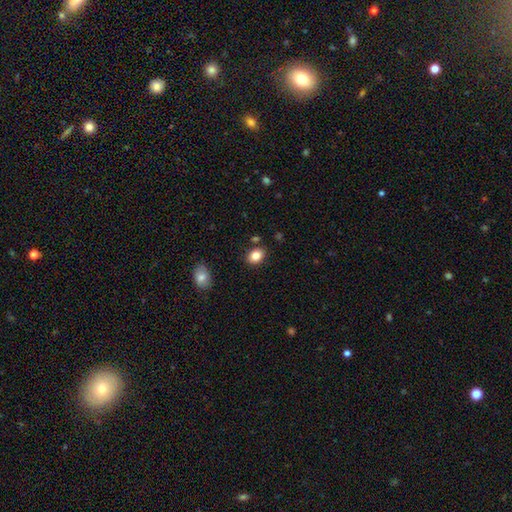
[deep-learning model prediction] A smooth galaxy with no disk features (84%) that is in between round and cigar-shaped (66%). Merging: none (84%).